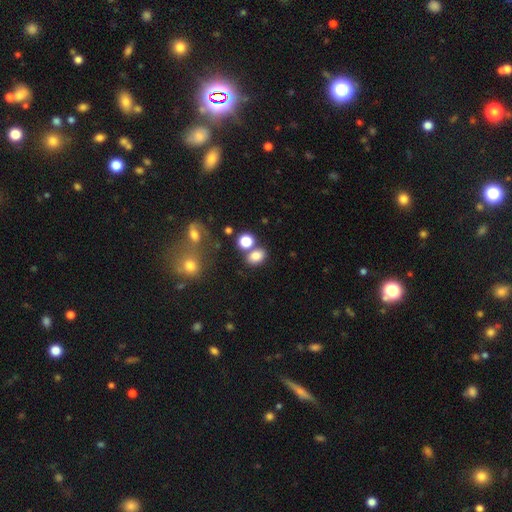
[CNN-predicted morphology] Overall: smooth (79%). How rounded: in between (67%; round 32%). Merging: none (61%; merger 22%).